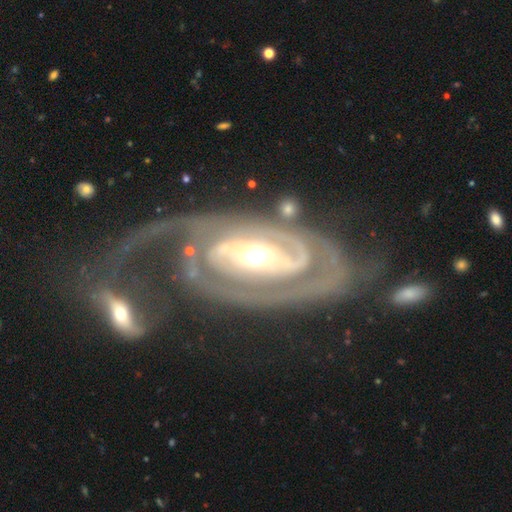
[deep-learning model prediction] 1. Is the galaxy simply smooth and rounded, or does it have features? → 90% featured or disk, 6% smooth, 4% star or artifact.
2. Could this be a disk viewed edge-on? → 95% no, 5% yes.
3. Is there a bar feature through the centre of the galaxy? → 45% no, 30% strong, 26% weak.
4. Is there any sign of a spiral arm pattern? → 91% yes, 9% no.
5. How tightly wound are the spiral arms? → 57% tight, 30% medium, 13% loose.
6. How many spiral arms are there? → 61% 2, 15% can't tell, 11% 1, 7% 3, 3% 4, 3% more than 4.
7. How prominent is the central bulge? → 67% moderate, 17% small, 13% large, 2% dominant, 1% none.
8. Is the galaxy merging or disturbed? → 39% none, 28% major disturbance, 18% minor disturbance, 15% merger.